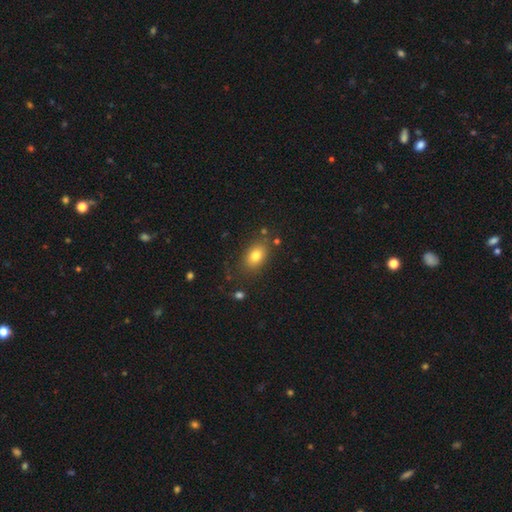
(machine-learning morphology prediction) Smooth or featured? smooth (79%)
How rounded? in between (77%)
Merging? none (79%)